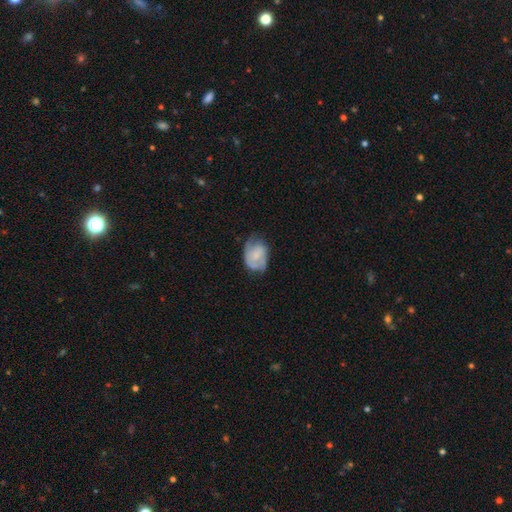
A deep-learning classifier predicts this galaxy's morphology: Smooth or featured? Predicted: featured or disk (p=0.52). Edge-on disk? Predicted: no (p=0.97). Bar? Predicted: no (p=0.61). Spiral arms? Predicted: yes (p=0.79). Bulge size? Predicted: small (p=0.49). Merging? Predicted: none (p=0.49).